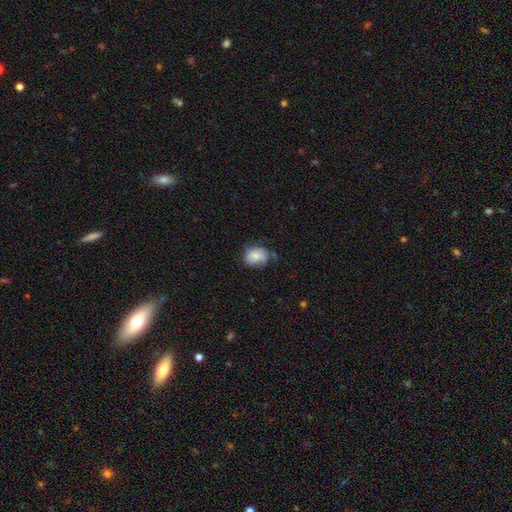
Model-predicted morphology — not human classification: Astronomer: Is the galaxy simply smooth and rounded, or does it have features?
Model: smooth — 72%.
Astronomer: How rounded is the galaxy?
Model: in between — 53% (runner-up: round, 46%).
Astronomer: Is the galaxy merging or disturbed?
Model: none — 49% (runner-up: minor disturbance, 36%).